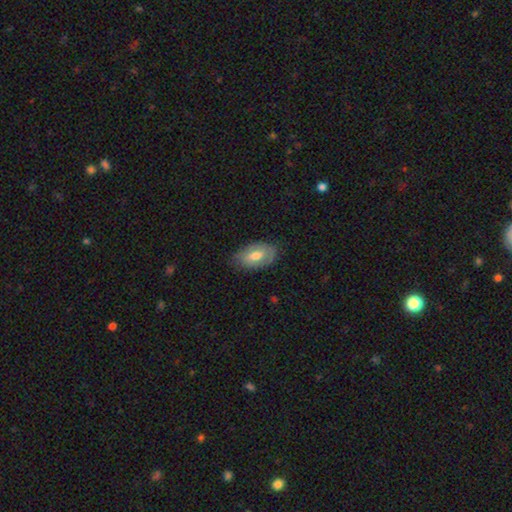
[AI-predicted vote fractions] This is possibly a smooth galaxy (59%). How rounded: clearly in between (93%). Merging: likely none (74%).